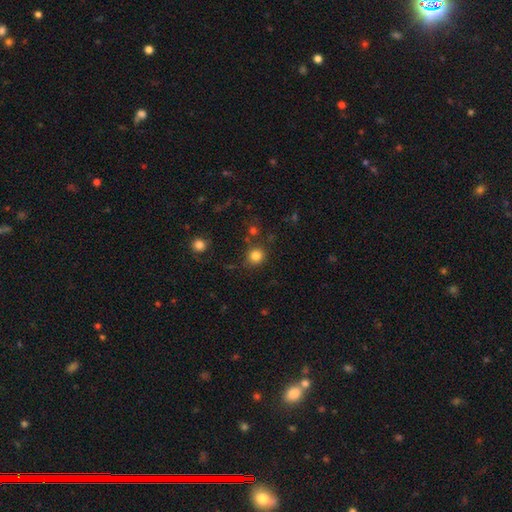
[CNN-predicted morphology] smooth-or-featured: smooth: 83% | star or artifact: 12% | featured or disk: 5%
  how-rounded: round: 89% | in between: 10% | cigar-shaped: 1%
  merging: none: 82% | minor disturbance: 10% | merger: 5% | major disturbance: 4%